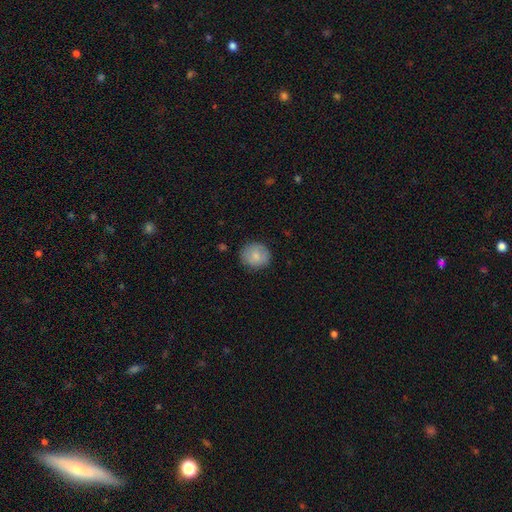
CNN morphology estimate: Q: Smooth or featured?
A: smooth (80%); runner-up: featured or disk (13%)
Q: How rounded?
A: round (83%); runner-up: in between (16%)
Q: Merging?
A: none (84%); runner-up: minor disturbance (12%)